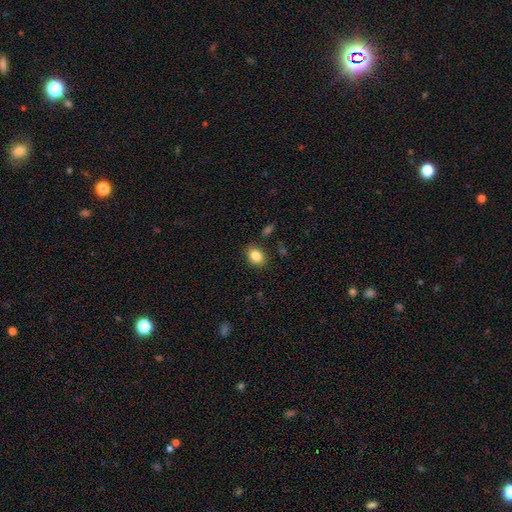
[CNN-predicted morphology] Q: Smooth or featured?
A: smooth (86%); runner-up: star or artifact (9%)
Q: How rounded?
A: in between (61%); runner-up: round (38%)
Q: Merging?
A: none (84%); runner-up: minor disturbance (11%)